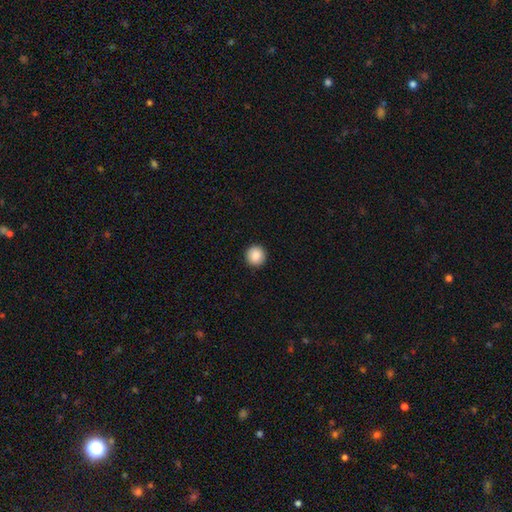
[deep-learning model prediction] Smooth or featured: smooth — 88% (star or artifact — 8%)
How rounded: round — 96% (in between — 3%)
Merging: none — 94% (minor disturbance — 4%)